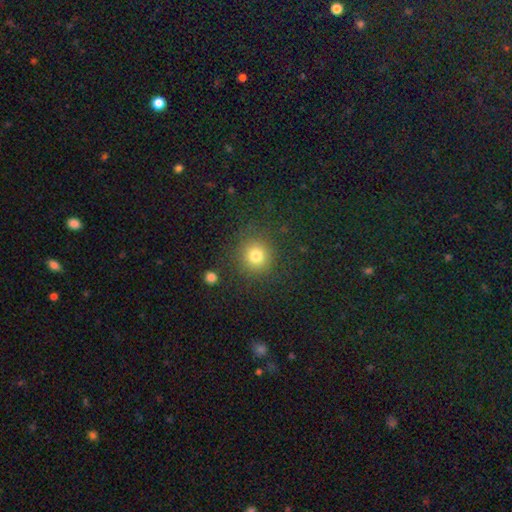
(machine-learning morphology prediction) Smooth or featured? Predicted: smooth (p=0.80). How rounded? Predicted: round (p=0.92). Merging? Predicted: none (p=0.86).